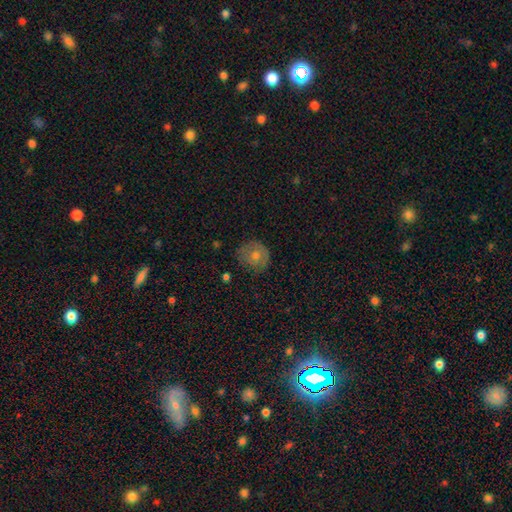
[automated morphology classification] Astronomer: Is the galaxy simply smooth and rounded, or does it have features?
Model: smooth — 50% (runner-up: featured or disk, 36%).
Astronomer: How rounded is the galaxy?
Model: round — 84%.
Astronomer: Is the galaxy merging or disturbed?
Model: none — 76%.